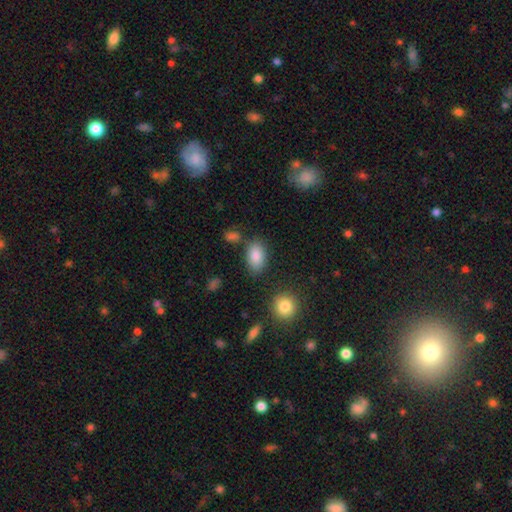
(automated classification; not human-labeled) Smooth or featured? smooth (85%)
How rounded? in between (92%)
Merging? none (77%)